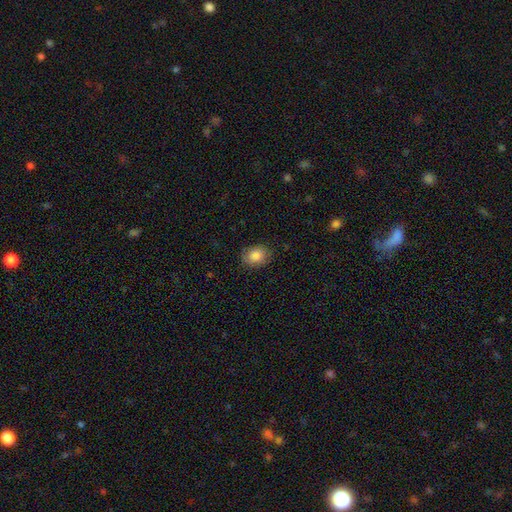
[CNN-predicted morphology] The model was most divided on "how rounded": in between: 51%, round: 48%, cigar-shaped: 1%. More confident: smooth or featured — smooth (85%); merging — none (82%).